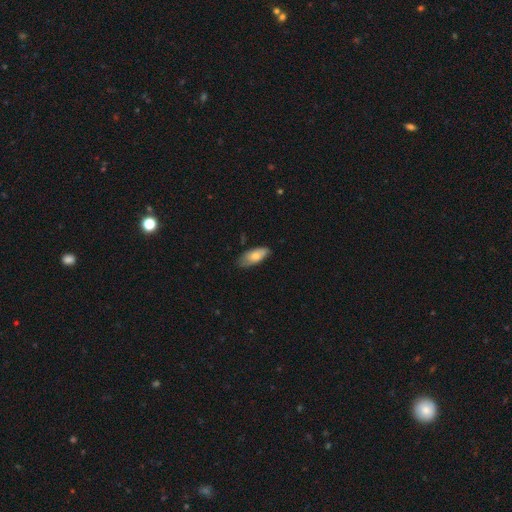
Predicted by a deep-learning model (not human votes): smooth 72%, featured or disk 22%, star or artifact 6%. Down the decision tree: how rounded — in between (81%); merging — none (74%).